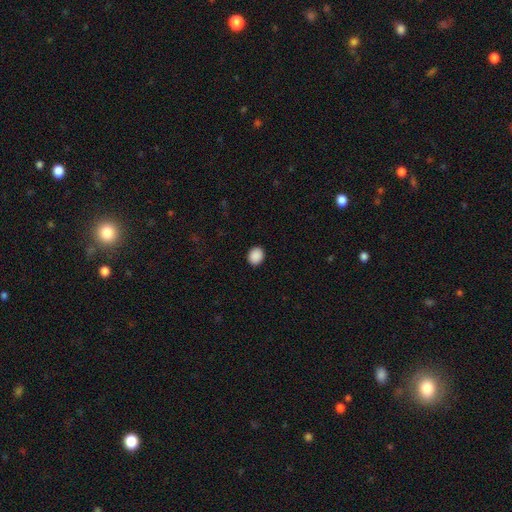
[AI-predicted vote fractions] A smooth galaxy with no disk features (90%) that is round (61%). Merging: none (92%).